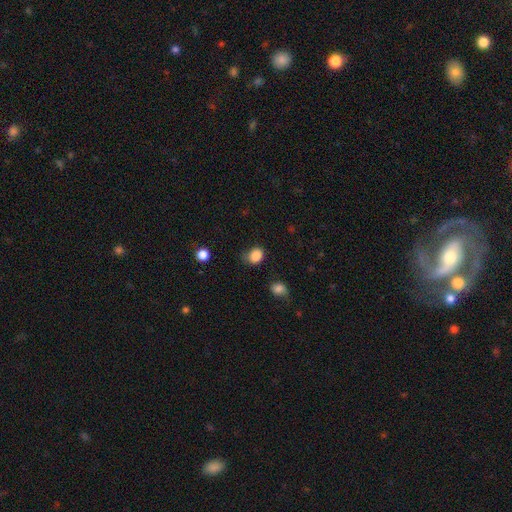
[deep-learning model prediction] smooth-or-featured: smooth: 86% | star or artifact: 10% | featured or disk: 4%
  how-rounded: round: 54% | in between: 45% | cigar-shaped: 1%
  merging: none: 62% | minor disturbance: 28% | major disturbance: 7% | merger: 3%